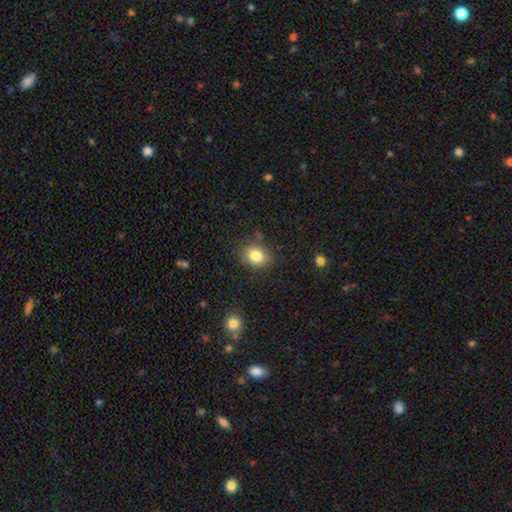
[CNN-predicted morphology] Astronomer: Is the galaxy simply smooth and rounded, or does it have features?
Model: smooth — 82%.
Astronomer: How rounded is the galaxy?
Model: in between — 52% (runner-up: round, 47%).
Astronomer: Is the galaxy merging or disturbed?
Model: none — 80%.